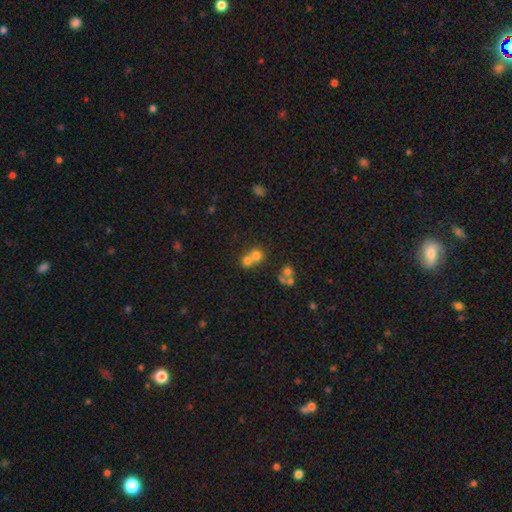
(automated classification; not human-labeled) The model was most divided on "merging": merger: 54%, none: 38%, minor disturbance: 5%, major disturbance: 2%. More confident: how rounded — round (85%); smooth or featured — smooth (69%).